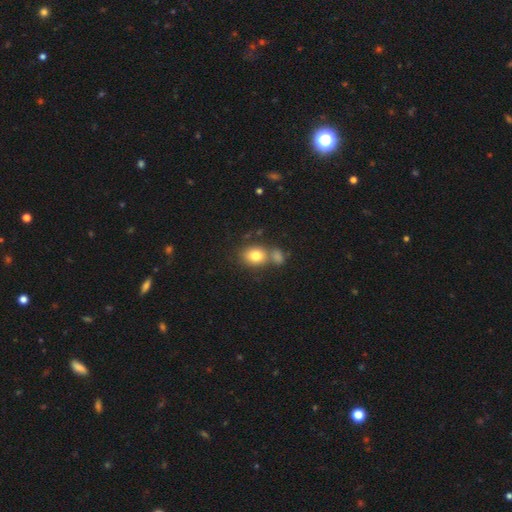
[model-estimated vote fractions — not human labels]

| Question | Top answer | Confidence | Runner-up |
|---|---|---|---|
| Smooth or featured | smooth | 79% | featured or disk (11%) |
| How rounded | round | 56% | in between (43%) |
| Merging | none | 54% | merger (31%) |